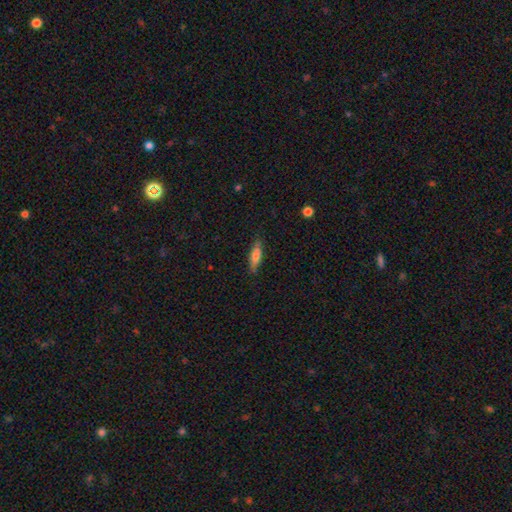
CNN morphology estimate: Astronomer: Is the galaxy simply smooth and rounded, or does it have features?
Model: smooth — 66%.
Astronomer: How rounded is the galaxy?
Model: cigar-shaped — 70%.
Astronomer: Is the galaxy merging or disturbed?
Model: none — 84%.